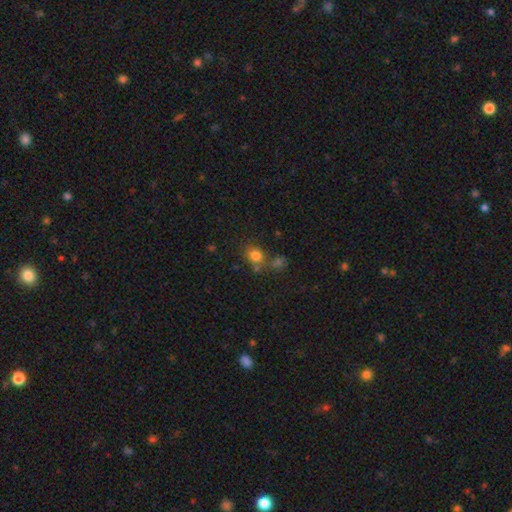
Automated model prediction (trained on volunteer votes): This appears to be a smooth galaxy with no disk features (78%) that is round (68%). Merging: none (60%).